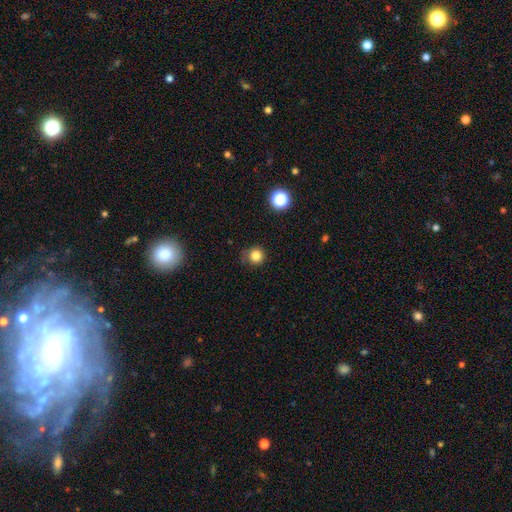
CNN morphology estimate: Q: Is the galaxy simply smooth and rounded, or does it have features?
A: smooth — 81%.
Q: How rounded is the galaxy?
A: round — 92%.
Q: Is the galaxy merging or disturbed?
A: none — 73%.